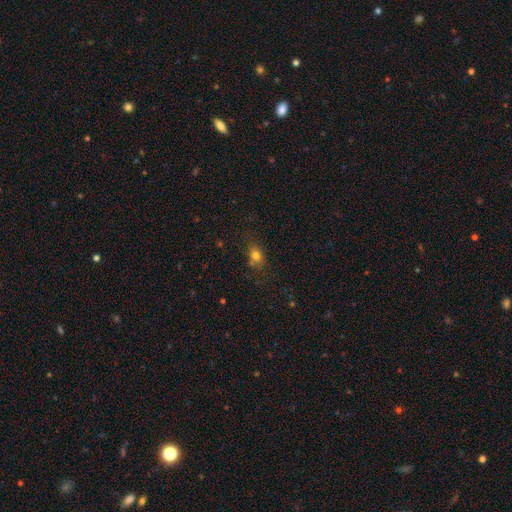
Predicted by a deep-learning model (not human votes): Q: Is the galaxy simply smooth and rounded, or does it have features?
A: smooth — 74%.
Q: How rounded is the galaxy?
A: in between — 53%.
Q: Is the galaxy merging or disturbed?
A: none — 69%.